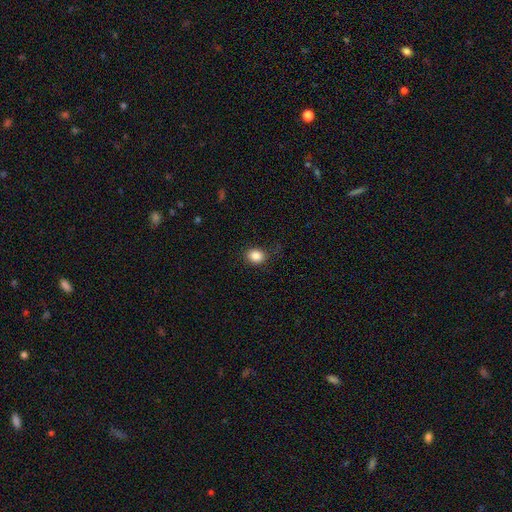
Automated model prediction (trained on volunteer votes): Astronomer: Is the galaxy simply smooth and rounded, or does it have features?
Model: smooth — 86%.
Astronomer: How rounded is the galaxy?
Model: round — 61% (runner-up: in between, 38%).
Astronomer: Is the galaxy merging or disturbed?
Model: none — 84%.